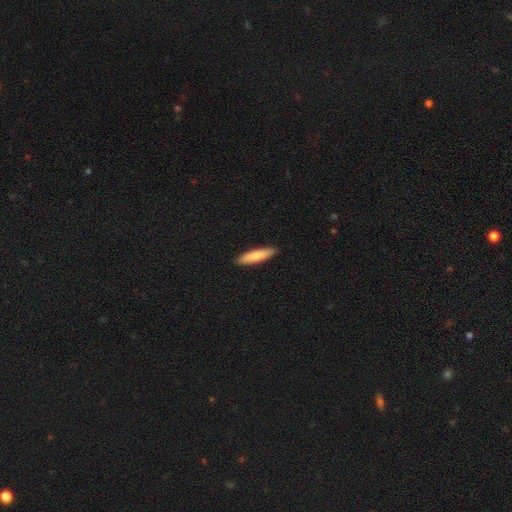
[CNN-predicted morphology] Smooth or featured? Predicted: smooth (p=0.79). How rounded? Predicted: cigar-shaped (p=0.74). Merging? Predicted: none (p=0.91).